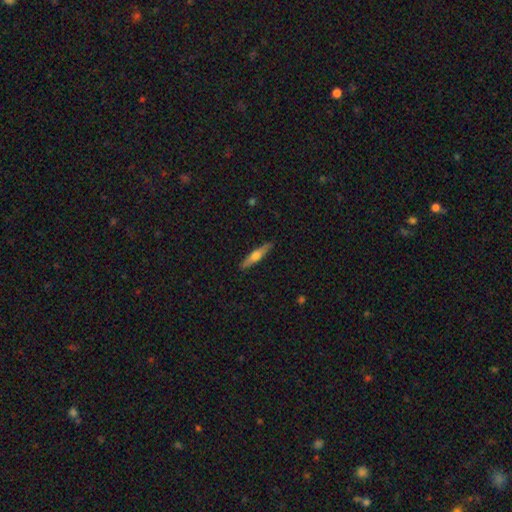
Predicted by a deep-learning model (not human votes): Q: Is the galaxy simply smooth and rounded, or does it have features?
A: featured or disk — 48%.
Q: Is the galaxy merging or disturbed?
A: none — 90%.